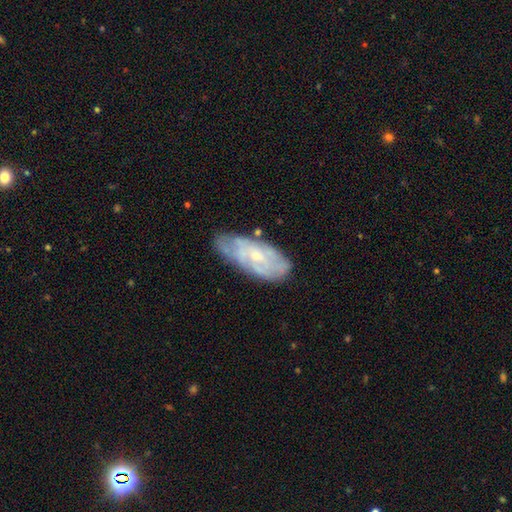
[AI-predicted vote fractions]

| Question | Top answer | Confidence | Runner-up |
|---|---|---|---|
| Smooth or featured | featured or disk | 62% | smooth (30%) |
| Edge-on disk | no | 90% | yes (10%) |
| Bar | no | 70% | weak (25%) |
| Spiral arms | yes | 67% | no (33%) |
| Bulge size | small | 58% | moderate (31%) |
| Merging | none | 63% | minor disturbance (27%) |